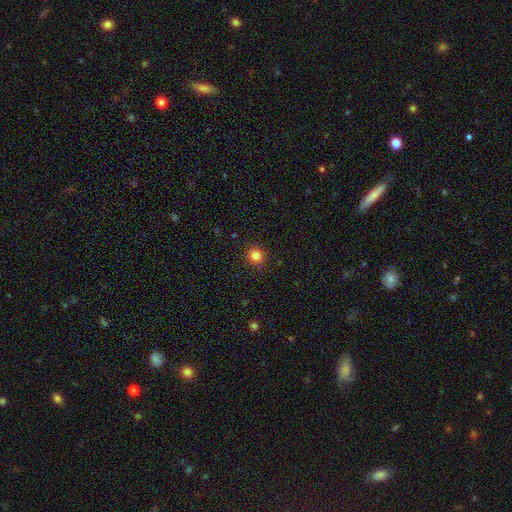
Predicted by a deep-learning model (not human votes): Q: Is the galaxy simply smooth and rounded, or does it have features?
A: smooth — 83%.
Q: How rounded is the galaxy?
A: round — 92%.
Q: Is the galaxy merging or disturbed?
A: none — 90%.